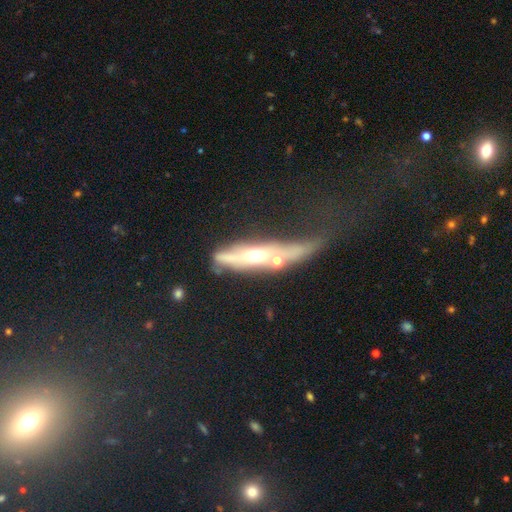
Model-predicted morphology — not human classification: Smooth or featured? featured or disk (59%)
Edge-on disk? yes (62%)
Merging? merger (40%)